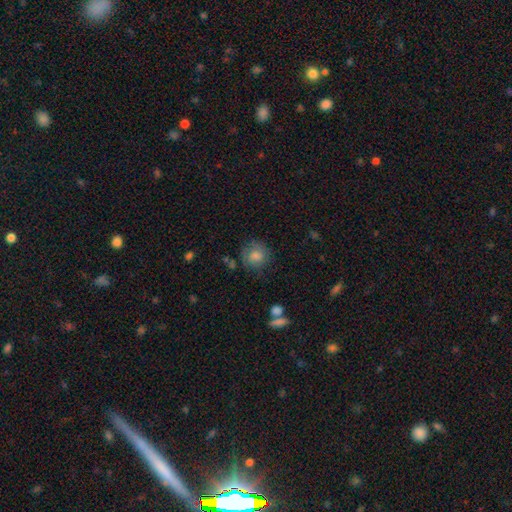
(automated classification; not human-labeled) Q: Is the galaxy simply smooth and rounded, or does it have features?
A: smooth — 76%.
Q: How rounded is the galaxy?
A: round — 81%.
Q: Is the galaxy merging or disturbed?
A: none — 66%.